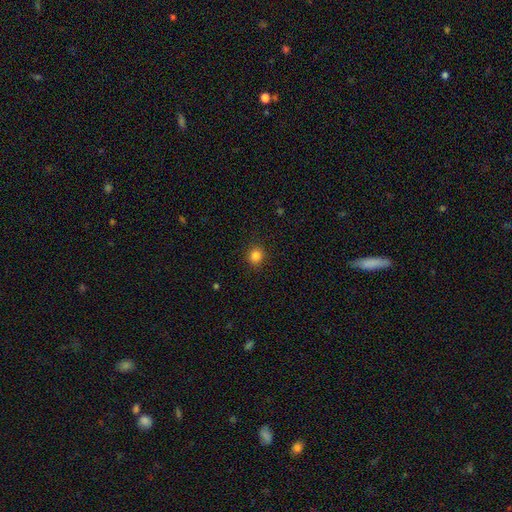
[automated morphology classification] Overall: smooth (84%). How rounded: round (86%). Merging: none (90%).